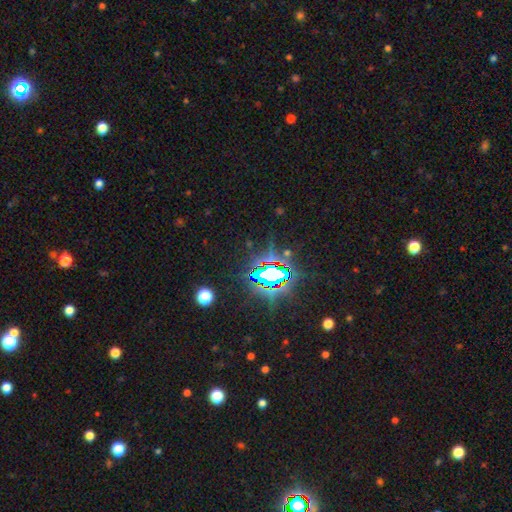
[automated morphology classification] Smooth or featured? star or artifact (81%)